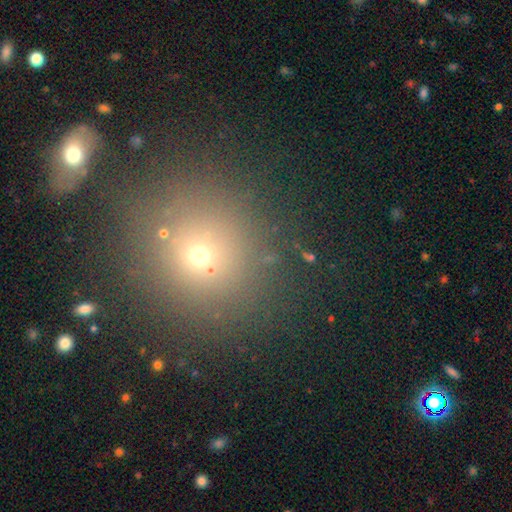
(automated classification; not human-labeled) A smooth galaxy with no disk features (57%) that is round (91%).

Vote fractions:
- Smooth or featured? smooth: 57% / star or artifact: 33% / featured or disk: 10%
- How rounded? round: 91% / in between: 8% / cigar-shaped: 1%
- Merging? none: 82% / minor disturbance: 7% / merger: 6% / major disturbance: 4%